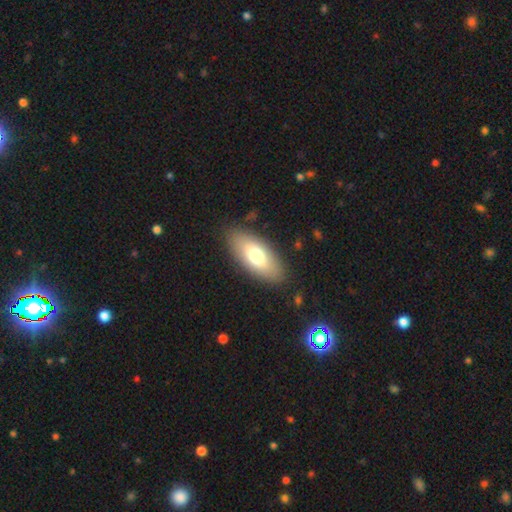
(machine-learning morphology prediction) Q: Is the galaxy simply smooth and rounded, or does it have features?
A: smooth — 71%.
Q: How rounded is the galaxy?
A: in between — 86%.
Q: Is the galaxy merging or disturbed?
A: none — 86%.